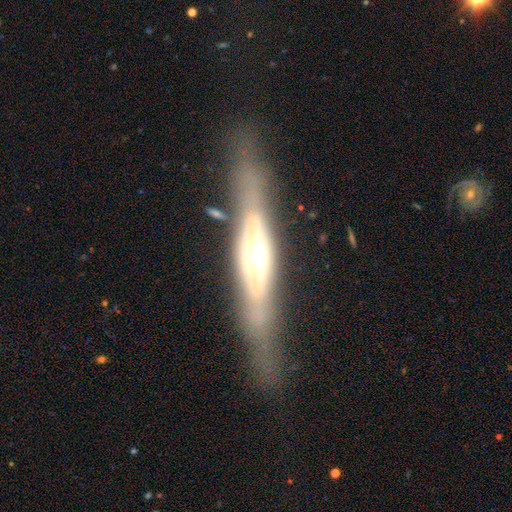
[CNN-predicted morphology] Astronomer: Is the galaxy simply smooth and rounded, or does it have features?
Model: featured or disk — 79%.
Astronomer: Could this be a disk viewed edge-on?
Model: yes — 84%.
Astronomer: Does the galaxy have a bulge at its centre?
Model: rounded — 72%.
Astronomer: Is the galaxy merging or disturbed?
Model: none — 76%.